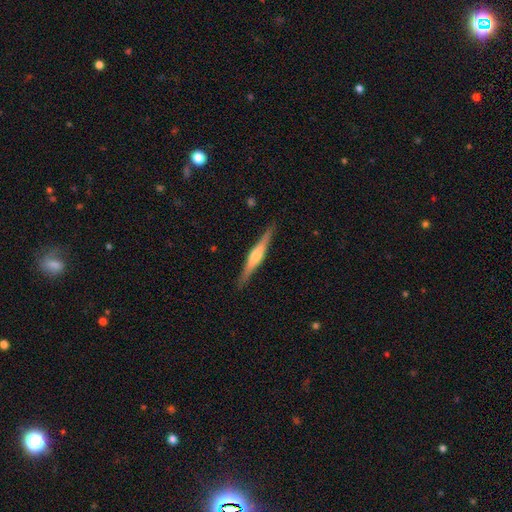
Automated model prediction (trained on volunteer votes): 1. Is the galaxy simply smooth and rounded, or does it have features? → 70% featured or disk, 25% smooth, 5% star or artifact.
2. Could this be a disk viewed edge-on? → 98% yes, 2% no.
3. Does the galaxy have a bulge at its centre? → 72% rounded, 19% boxy, 9% none.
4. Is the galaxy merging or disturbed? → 90% none, 8% minor disturbance, 1% major disturbance, 1% merger.